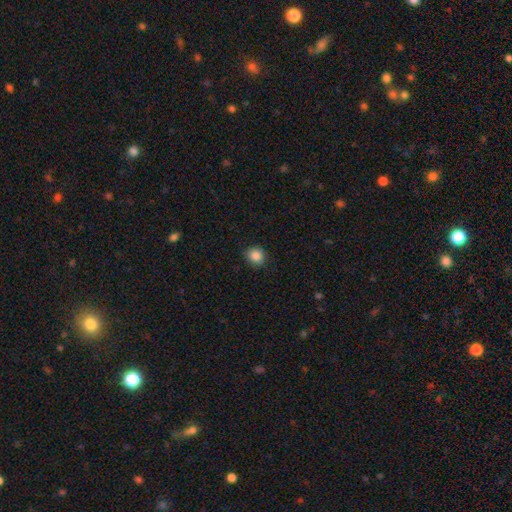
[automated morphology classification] Smooth or featured? smooth (87%)
How rounded? round (81%)
Merging? none (85%)